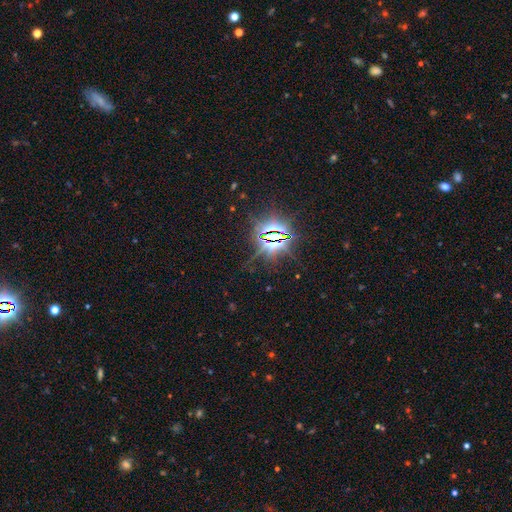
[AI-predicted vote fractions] A star or artifact, not a galaxy (86%).